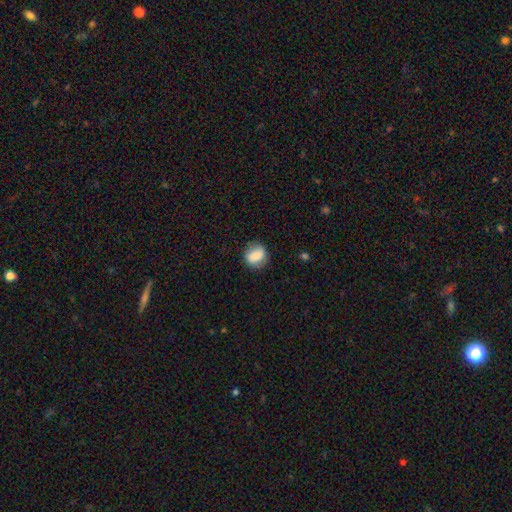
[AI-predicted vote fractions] Smooth or featured?
  - smooth: 75% *
  - featured or disk: 17%
  - star or artifact: 8%
How rounded?
  - round: 70% *
  - in between: 29%
  - cigar-shaped: 1%
Merging?
  - none: 78% *
  - minor disturbance: 17%
  - major disturbance: 5%
  - merger: 1%